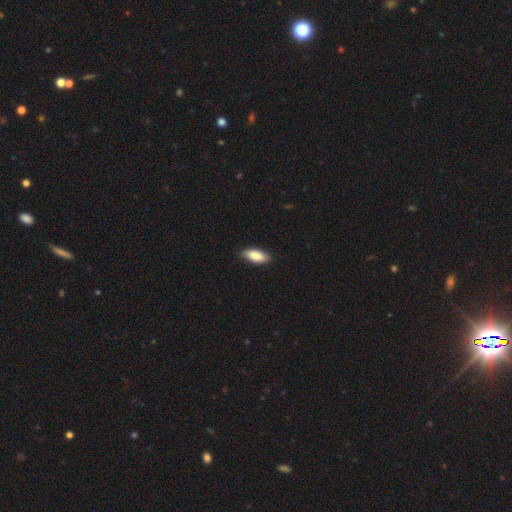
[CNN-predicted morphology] A smooth galaxy with no disk features (87%) that is in between round and cigar-shaped (82%). Merging: none (88%).